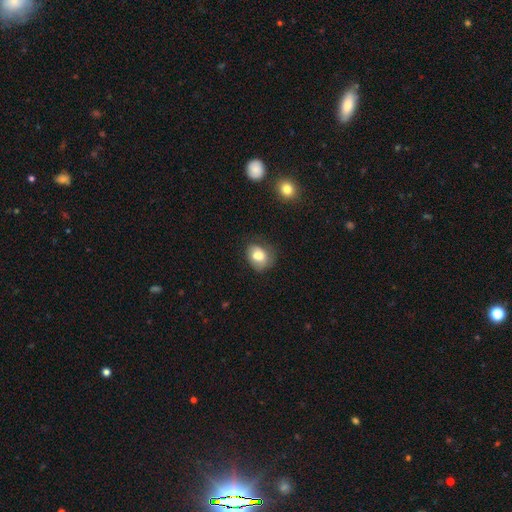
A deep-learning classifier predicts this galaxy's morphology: smooth 75%, featured or disk 16%, star or artifact 9%. Down the decision tree: how rounded — in between (51%); merging — none (55%).